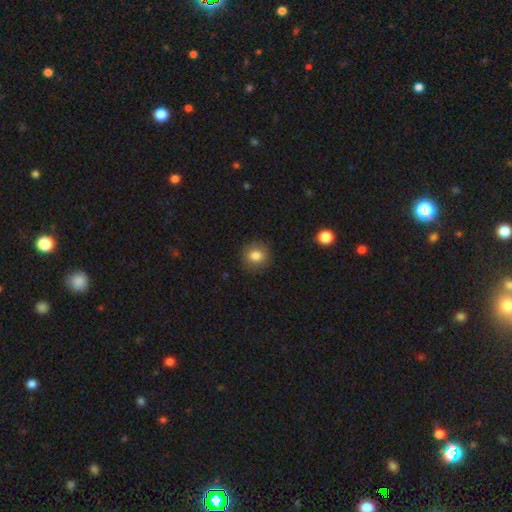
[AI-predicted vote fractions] Smooth or featured: smooth — 83% (star or artifact — 10%)
How rounded: round — 86% (in between — 13%)
Merging: none — 88% (minor disturbance — 8%)